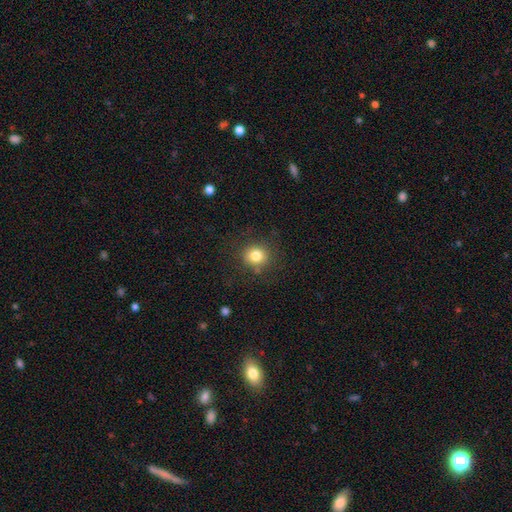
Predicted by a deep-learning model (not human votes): Smooth or featured: smooth — 80% (star or artifact — 12%)
How rounded: round — 88% (in between — 12%)
Merging: none — 85% (minor disturbance — 10%)